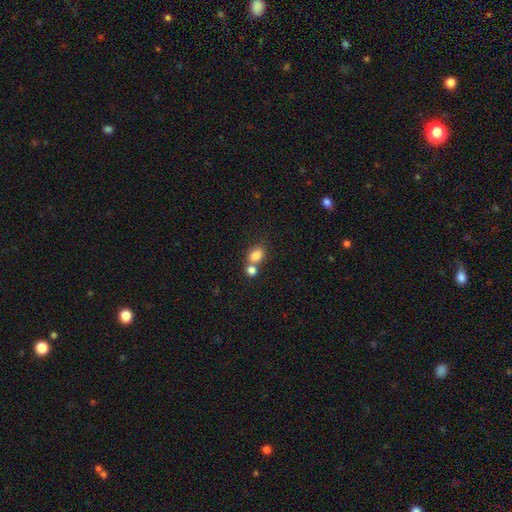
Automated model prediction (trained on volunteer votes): Smooth or featured: smooth — 82% (star or artifact — 10%)
How rounded: in between — 59% (round — 40%)
Merging: merger — 44% (none — 43%)